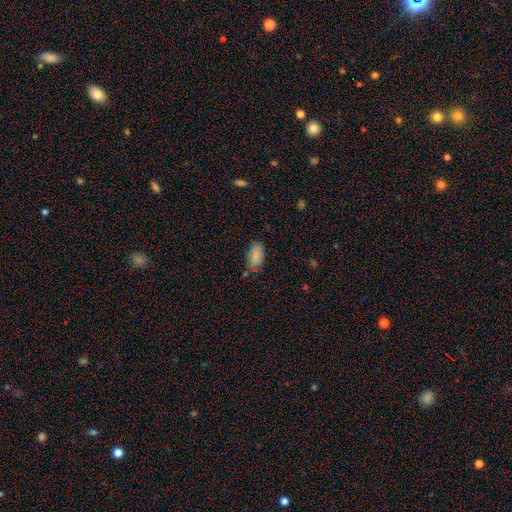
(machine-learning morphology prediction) A smooth galaxy with no disk features (86%) that is in between round and cigar-shaped (93%). Merging: none (75%).